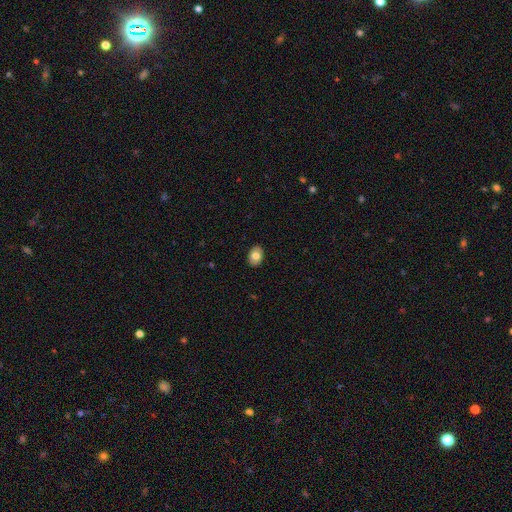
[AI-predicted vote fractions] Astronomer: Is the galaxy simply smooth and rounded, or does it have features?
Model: smooth — 75%.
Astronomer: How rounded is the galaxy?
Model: in between — 74%.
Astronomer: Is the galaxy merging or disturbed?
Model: none — 88%.